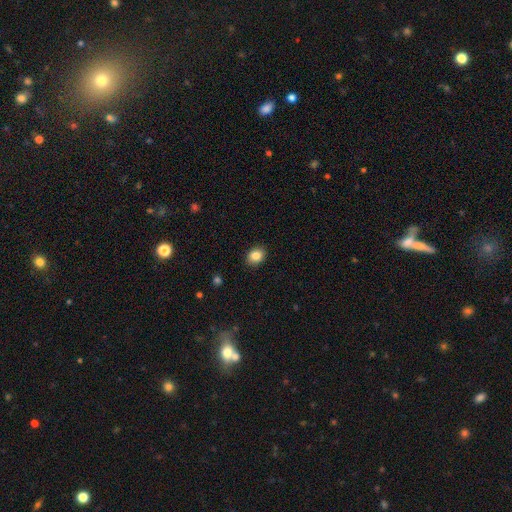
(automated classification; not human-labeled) Smooth or featured? Predicted: smooth (p=0.86). How rounded? Predicted: in between (p=0.54). Merging? Predicted: none (p=0.89).